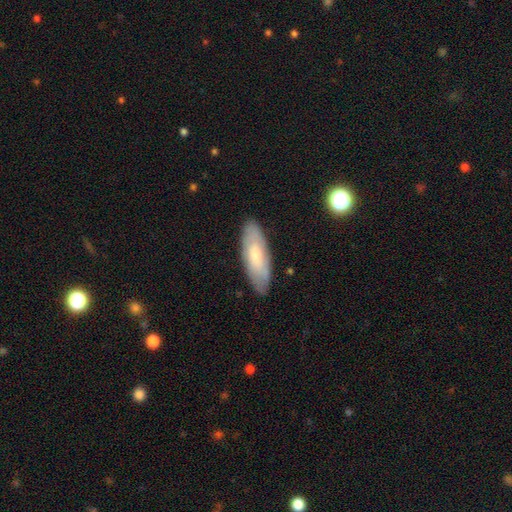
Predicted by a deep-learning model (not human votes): Smooth or featured: smooth — 64% (featured or disk — 30%)
How rounded: in between — 60% (cigar-shaped — 39%)
Merging: none — 84% (minor disturbance — 13%)